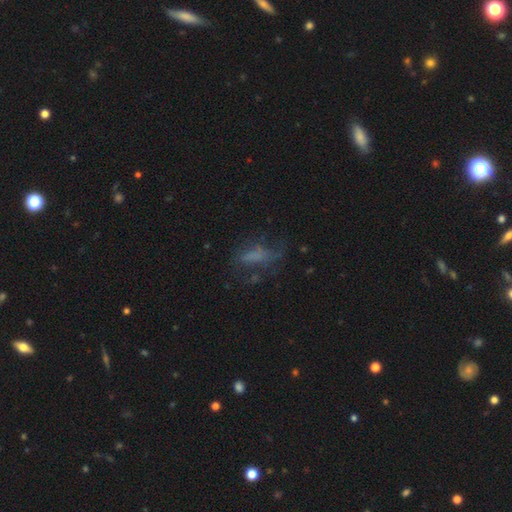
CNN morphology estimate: The model was most divided on "smooth or featured": smooth: 44%, featured or disk: 35%, star or artifact: 21%. Remaining: merging — none (43%).